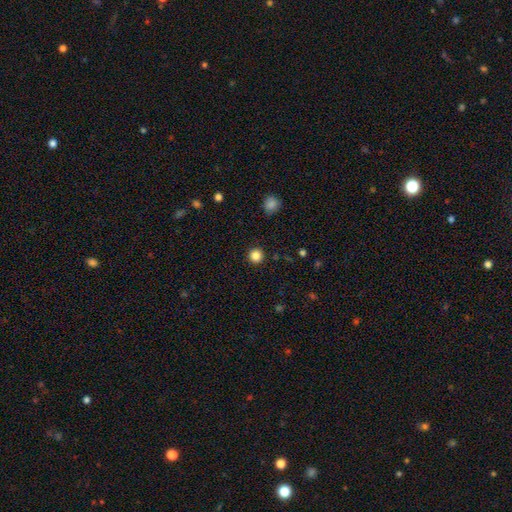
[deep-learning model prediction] Smooth or featured?
  - smooth: 86% *
  - star or artifact: 11%
  - featured or disk: 3%
How rounded?
  - round: 95% *
  - in between: 4%
  - cigar-shaped: 1%
Merging?
  - none: 92% *
  - minor disturbance: 5%
  - major disturbance: 2%
  - merger: 1%